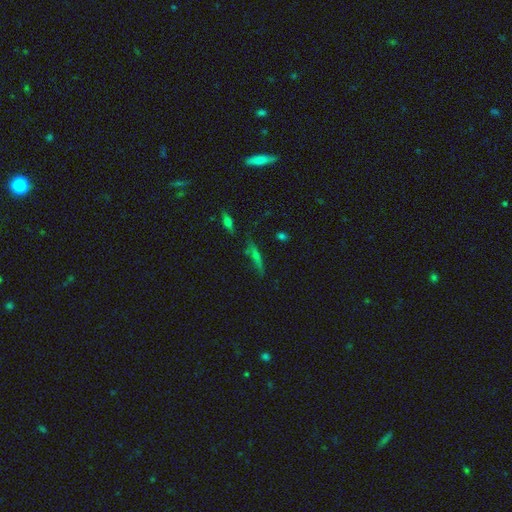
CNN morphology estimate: A featured or disk galaxy (40%).

Vote fractions:
- Smooth or featured? featured or disk: 40% / smooth: 38% / star or artifact: 22%
- Merging? none: 73% / minor disturbance: 16% / merger: 6% / major disturbance: 5%